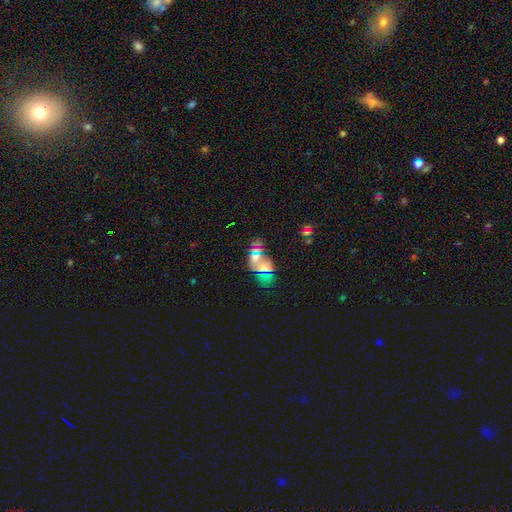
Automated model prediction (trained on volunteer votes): This is marginally a smooth galaxy (42%, tied with star or artifact). Merging: likely none (65%).